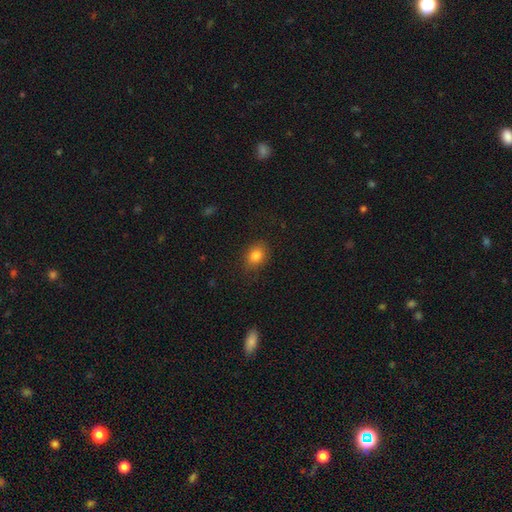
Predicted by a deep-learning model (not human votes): A smooth galaxy with no disk features (83%) that is in between round and cigar-shaped (62%). Merging: none (82%).